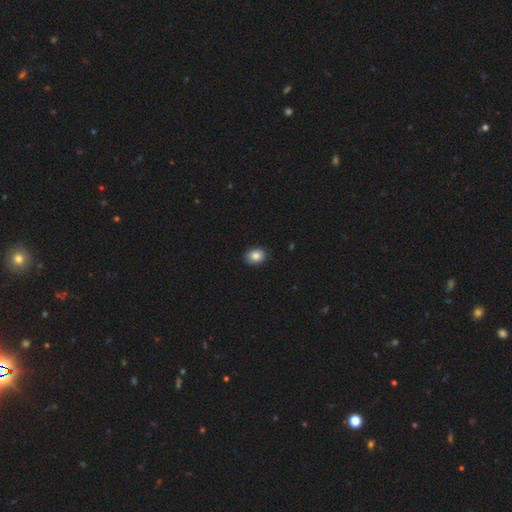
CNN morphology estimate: type=smooth (85%); roundness=in between (55%); merging=none (89%).